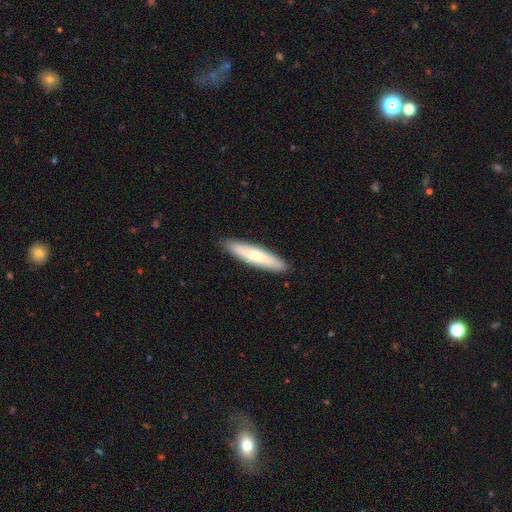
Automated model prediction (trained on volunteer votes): This appears to be a smooth galaxy with no disk features (62%) that is cigar-shaped (81%). Merging: none (90%).